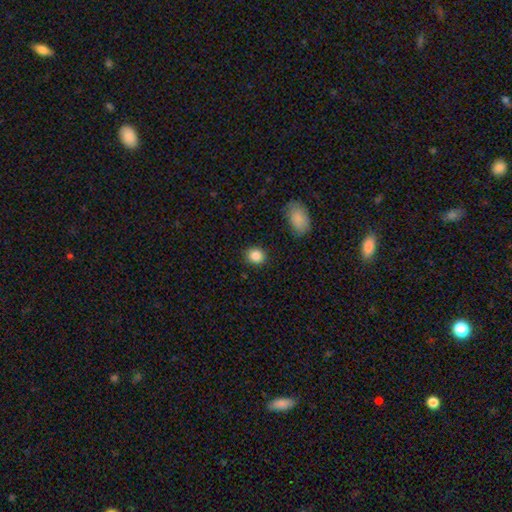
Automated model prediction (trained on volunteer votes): Overall: smooth (86%). How rounded: round (69%; in between 30%). Merging: none (88%).